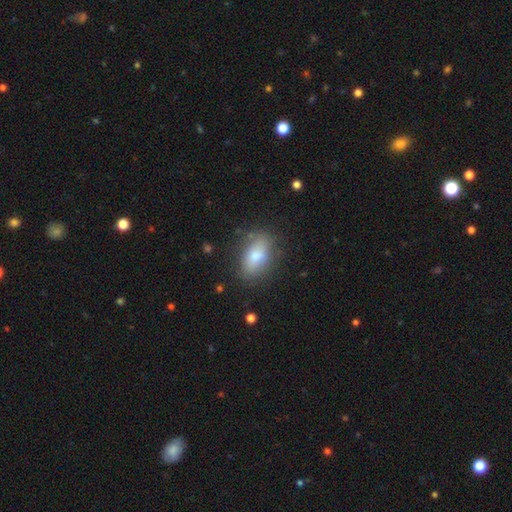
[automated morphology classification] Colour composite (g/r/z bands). It shows a smooth galaxy with no disk features (77%) that is in between round and cigar-shaped (89%). Merging: none (75%).